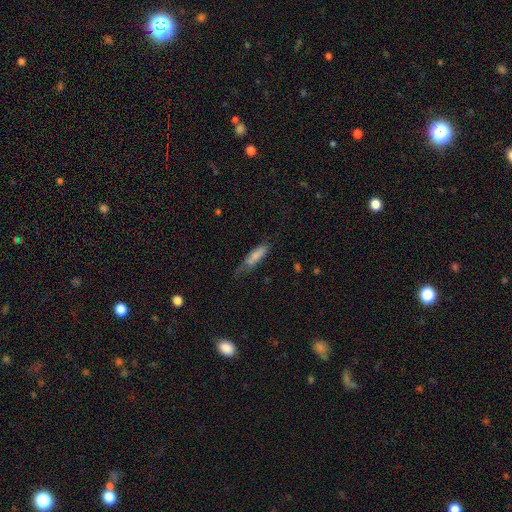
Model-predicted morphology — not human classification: This is likely a smooth galaxy (77%). How rounded: possibly cigar-shaped (58%). Merging: marginally none (43%).